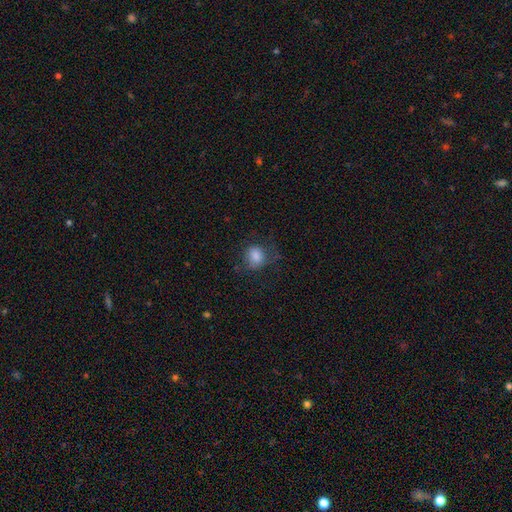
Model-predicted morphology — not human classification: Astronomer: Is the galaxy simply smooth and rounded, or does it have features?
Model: smooth — 80%.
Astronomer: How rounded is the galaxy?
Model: round — 64%.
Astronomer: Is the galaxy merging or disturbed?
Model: none — 62%.